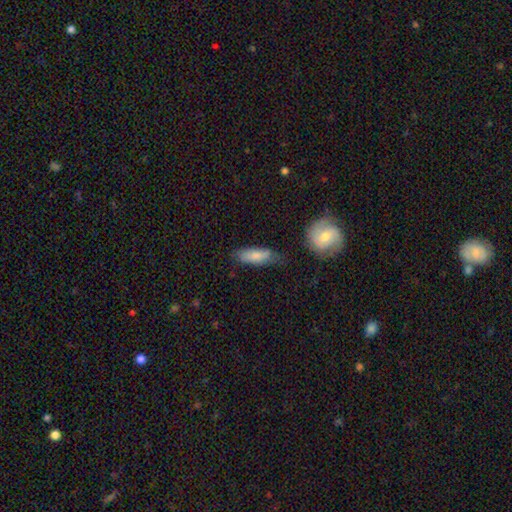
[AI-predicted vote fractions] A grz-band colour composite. It shows a smooth galaxy with no disk features (80%) that is in between round and cigar-shaped (64%). Merging: none (57%).